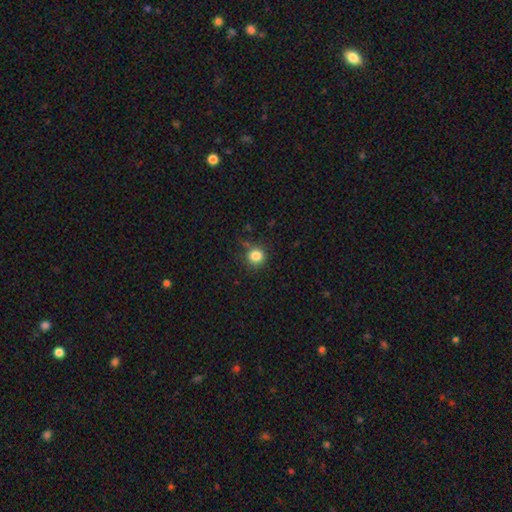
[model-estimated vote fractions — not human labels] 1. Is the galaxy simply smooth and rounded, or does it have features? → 83% smooth, 12% star or artifact, 5% featured or disk.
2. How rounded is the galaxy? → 89% round, 10% in between, 1% cigar-shaped.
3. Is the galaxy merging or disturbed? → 81% none, 13% minor disturbance, 4% major disturbance, 3% merger.